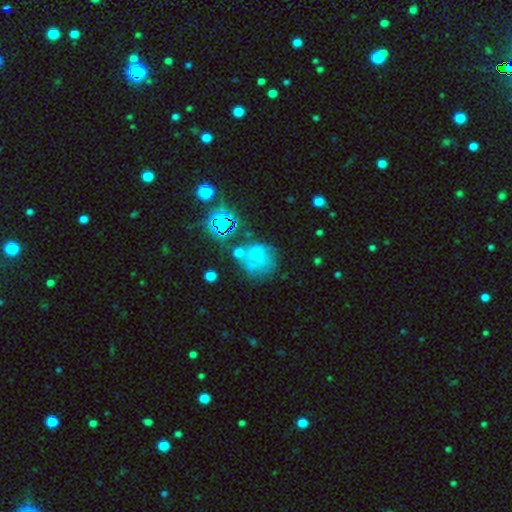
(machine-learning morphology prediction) The model was most divided on "smooth or featured": smooth: 44%, featured or disk: 36%, star or artifact: 20%. Remaining: merging — none (42%).